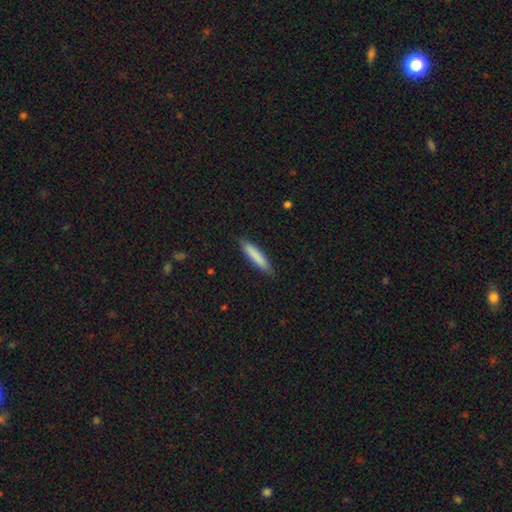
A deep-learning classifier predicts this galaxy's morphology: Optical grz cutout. It shows a smooth galaxy with no disk features (84%) that is cigar-shaped (85%). Merging: none (86%).